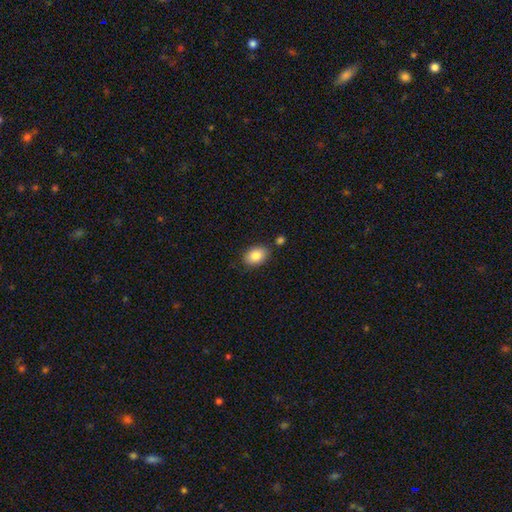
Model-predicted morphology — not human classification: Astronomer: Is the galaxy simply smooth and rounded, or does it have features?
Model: smooth — 85%.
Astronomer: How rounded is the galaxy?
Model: in between — 77%.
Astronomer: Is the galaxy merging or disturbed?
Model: none — 81%.